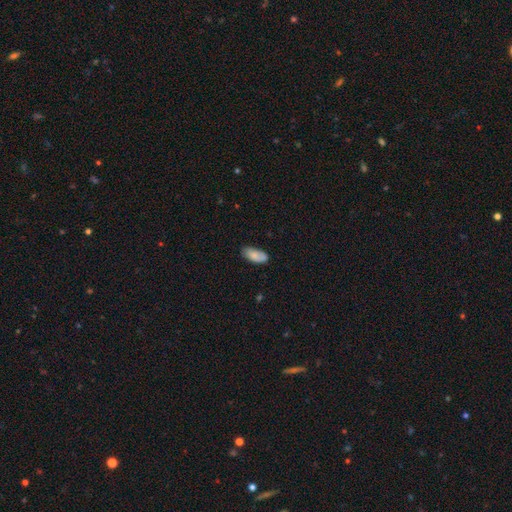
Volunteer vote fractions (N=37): Smooth or featured? smooth (81%)
How rounded? in between (90%)
Merging? none (74%)